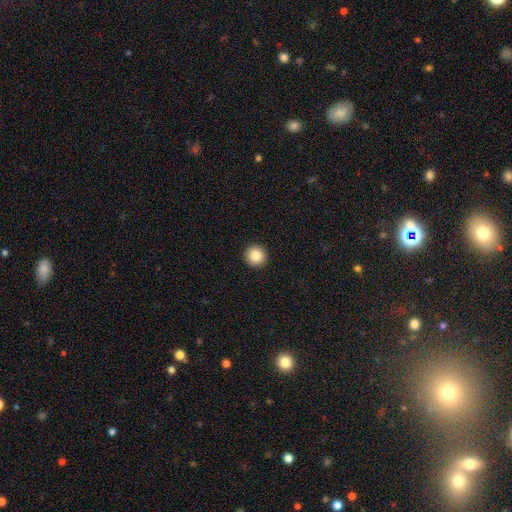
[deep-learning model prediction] This is clearly a smooth galaxy (85%). How rounded: clearly round (96%). Merging: clearly none (94%).